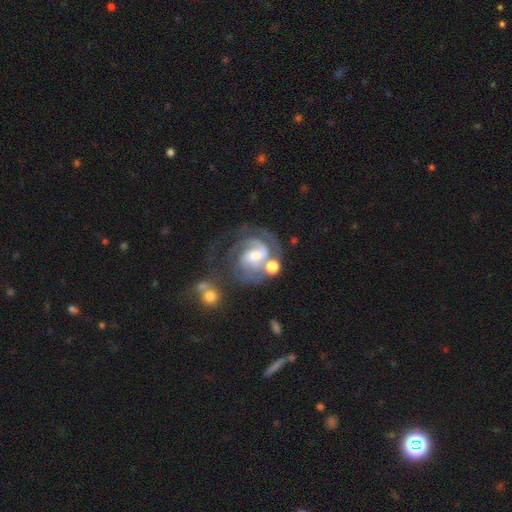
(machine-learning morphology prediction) A featured or disk galaxy (86%) with a weak bar (47%), 2 (50%) tight (51%) spiral arms (97%) and a moderate central bulge (52%). Merging: none (45%).